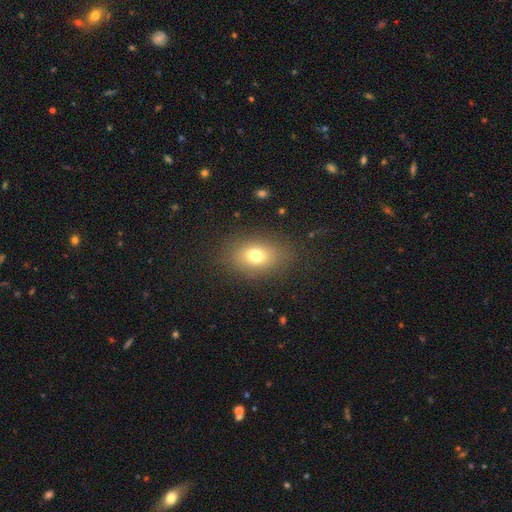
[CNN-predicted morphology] A smooth galaxy with no disk features (73%) that is in between round and cigar-shaped (71%).

Vote fractions:
- Smooth or featured? smooth: 73% / featured or disk: 14% / star or artifact: 13%
- How rounded? in between: 71% / round: 28% / cigar-shaped: 1%
- Merging? none: 82% / minor disturbance: 11% / major disturbance: 6% / merger: 1%